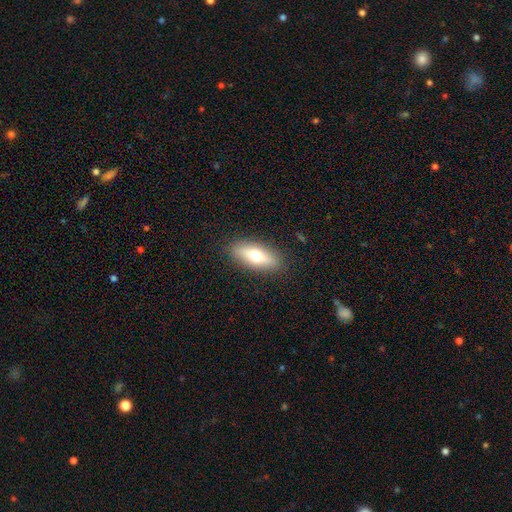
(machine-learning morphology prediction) Smooth or featured? smooth (59%)
How rounded? in between (65%)
Merging? none (87%)